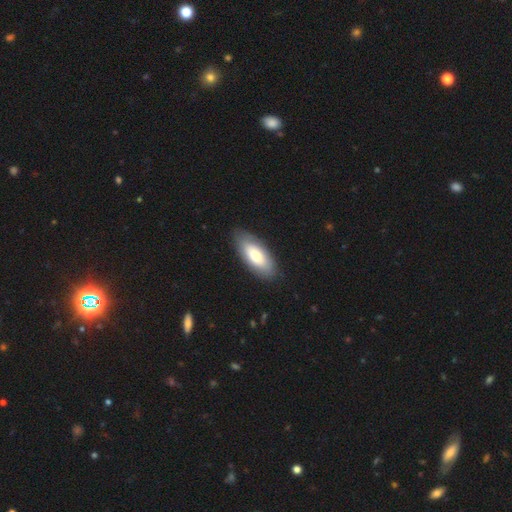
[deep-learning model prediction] Smooth or featured? Predicted: smooth (p=0.73). How rounded? Predicted: in between (p=0.87). Merging? Predicted: none (p=0.85).